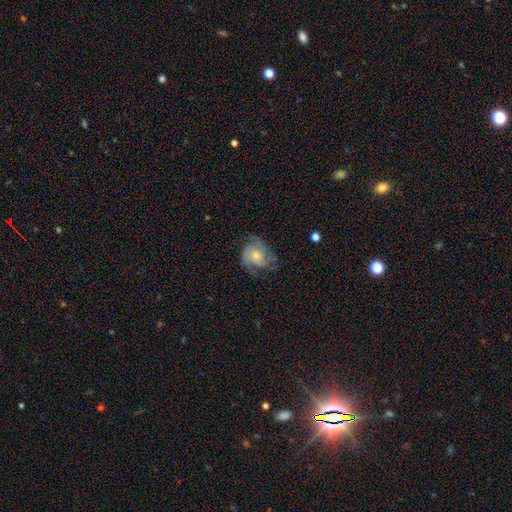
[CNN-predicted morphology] Smooth or featured?
  - featured or disk: 82% *
  - smooth: 12%
  - star or artifact: 6%
Edge-on disk?
  - no: 98% *
  - yes: 2%
Bar?
  - no: 75% *
  - weak: 22%
  - strong: 4%
Spiral arms?
  - yes: 96% *
  - no: 4%
Spiral winding?
  - tight: 47% *
  - medium: 42%
  - loose: 11%
Spiral arm count?
  - 3: 41% *
  - 2: 24%
  - can't tell: 15%
  - 4: 10%
  - 1: 5%
  - more than 4: 5%
Bulge size?
  - small: 46% *
  - moderate: 45%
  - large: 4%
  - none: 3%
  - dominant: 1%
Merging?
  - none: 69% *
  - minor disturbance: 19%
  - major disturbance: 10%
  - merger: 1%